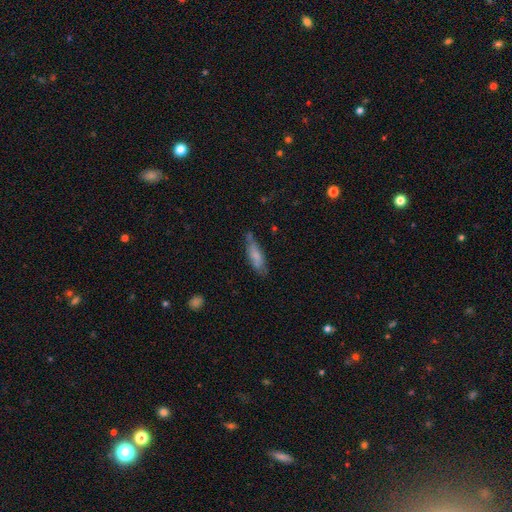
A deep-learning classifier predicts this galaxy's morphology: smooth 69%, featured or disk 24%, star or artifact 7%. Down the decision tree: how rounded — cigar-shaped (53%); merging — none (61%).